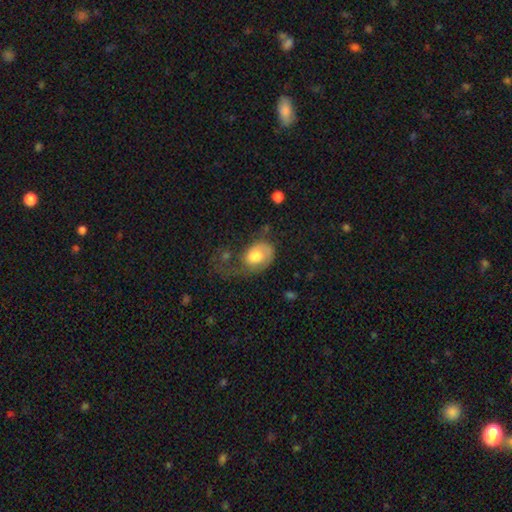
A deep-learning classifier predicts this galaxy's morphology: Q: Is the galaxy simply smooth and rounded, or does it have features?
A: smooth — 50%.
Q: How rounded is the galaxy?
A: in between — 71%.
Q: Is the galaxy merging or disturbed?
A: major disturbance — 48%.